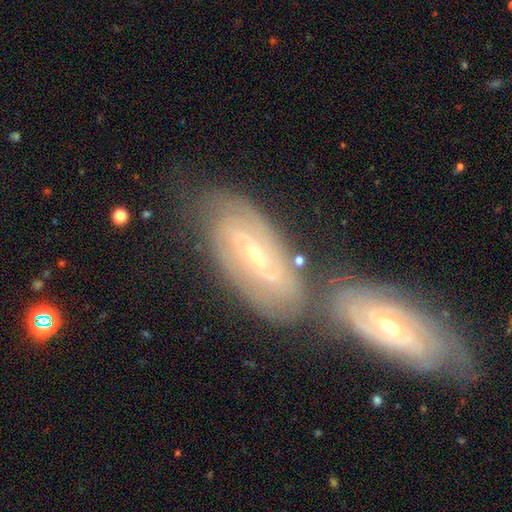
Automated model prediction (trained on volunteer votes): The model was most divided on "bar": weak: 48%, no: 27%, strong: 25%. More confident: spiral arms — yes (93%); edge-on disk — no (92%); smooth or featured — featured or disk (83%); bulge size — small (62%); spiral winding — tight (58%); merging — none (53%); spiral arm count — 2 (51%).